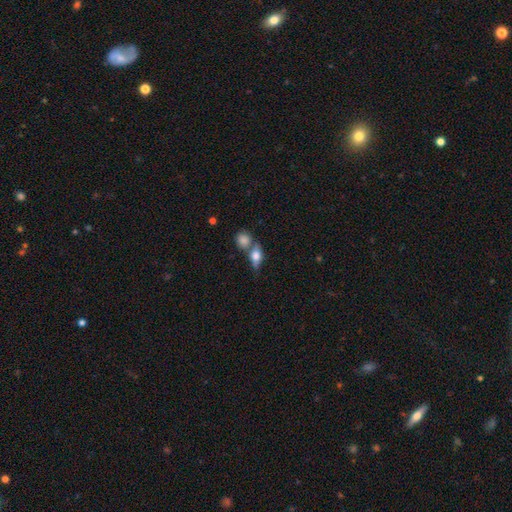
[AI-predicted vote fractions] smooth_or_featured: smooth (p=0.64) [alt: featured or disk p=0.27]
how_rounded: in between (p=0.62) [alt: round p=0.24]
merging: none (p=0.46) [alt: merger p=0.34]